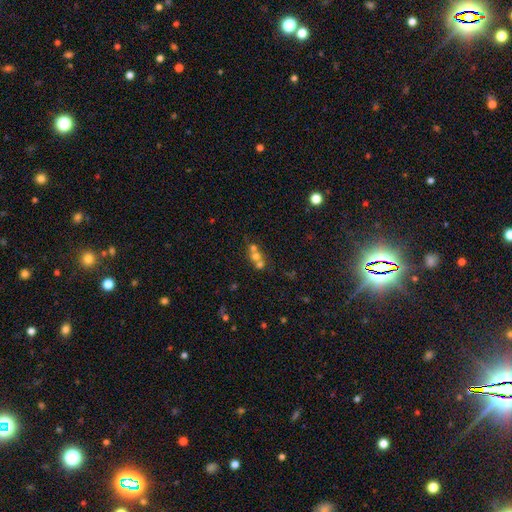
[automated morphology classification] A smooth galaxy with no disk features (57%) that is round (77%). Merging: merger (60%).